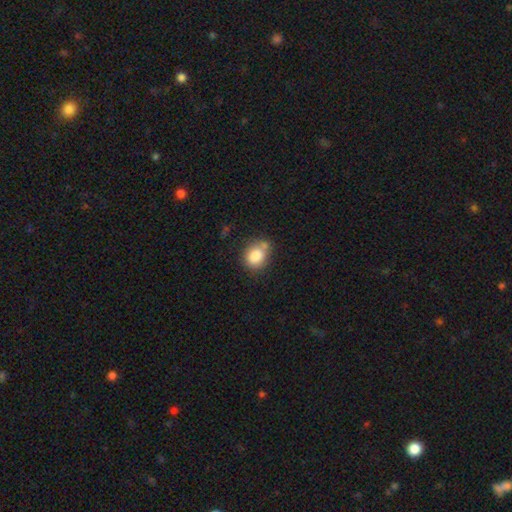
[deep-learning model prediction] Q: Smooth or featured?
A: smooth (84%); runner-up: star or artifact (9%)
Q: How rounded?
A: round (55%); runner-up: in between (44%)
Q: Merging?
A: none (56%); runner-up: minor disturbance (19%)